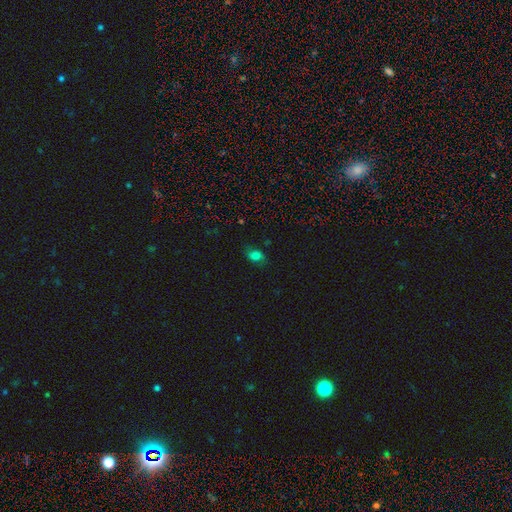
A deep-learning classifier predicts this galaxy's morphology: smooth-or-featured: smooth: 72% | star or artifact: 18% | featured or disk: 11%
  how-rounded: in between: 74% | round: 24% | cigar-shaped: 2%
  merging: none: 71% | minor disturbance: 20% | major disturbance: 7% | merger: 2%